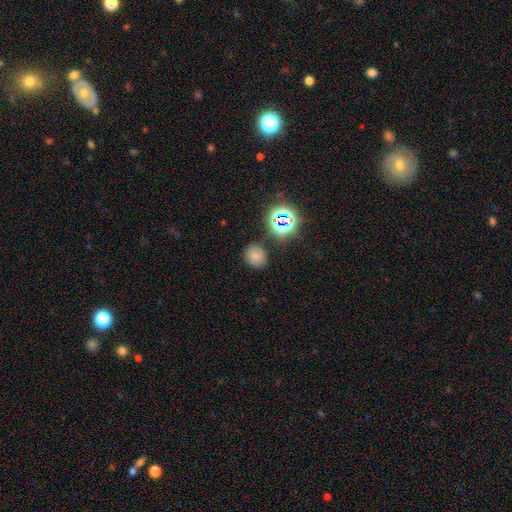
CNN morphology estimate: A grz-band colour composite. It shows a smooth galaxy with no disk features (71%) that is round (73%). Merging: none (80%).